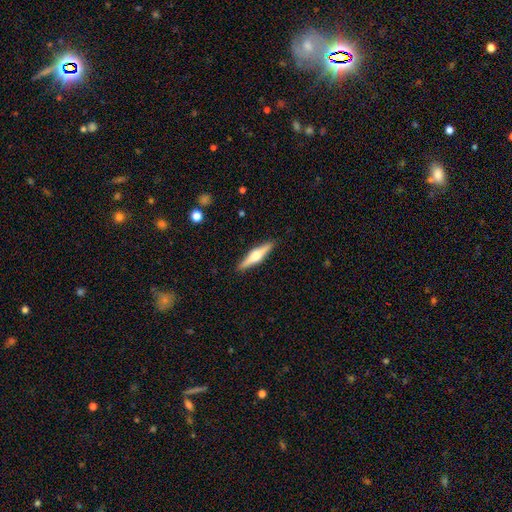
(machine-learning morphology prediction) This is likely a featured or disk galaxy (66%). It is clearly viewed edge-on (97%). Edge-on bulge: clearly rounded (94%). Merging: clearly none (91%).